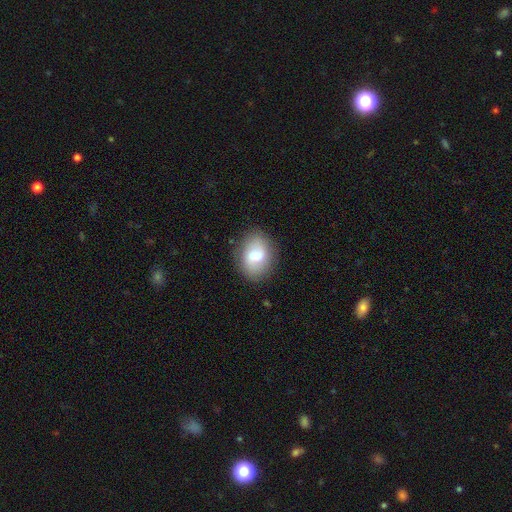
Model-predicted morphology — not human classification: A smooth galaxy with no disk features (66%) that is in between round and cigar-shaped (69%).

Vote fractions:
- Smooth or featured? smooth: 66% / featured or disk: 26% / star or artifact: 8%
- How rounded? in between: 69% / round: 30% / cigar-shaped: 1%
- Merging? none: 83% / minor disturbance: 12% / major disturbance: 4% / merger: 1%